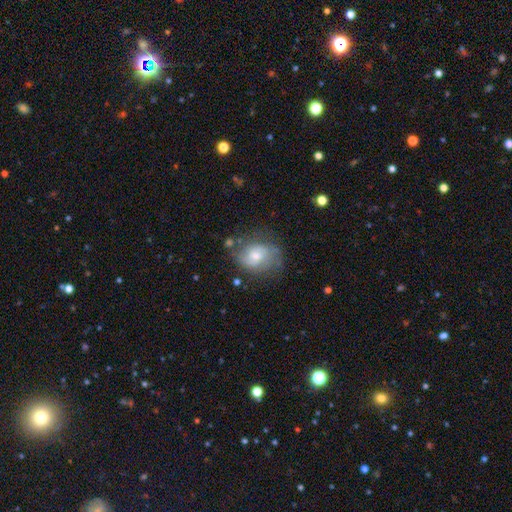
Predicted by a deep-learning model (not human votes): A featured or disk galaxy (62%) with no bar (65%), 2 (57%) medium (43%) spiral arms (84%) and a moderate central bulge (52%).

Vote fractions:
- Smooth or featured? featured or disk: 62% / smooth: 29% / star or artifact: 10%
- Edge-on disk? no: 97% / yes: 3%
- Bar? no: 65% / weak: 30% / strong: 5%
- Spiral arms? yes: 84% / no: 16%
- Spiral winding? medium: 43% / tight: 37% / loose: 20%
- Spiral arm count? 2: 57% / can't tell: 27% / 3: 7% / 1: 5% / 4: 2% / more than 4: 2%
- Bulge size? moderate: 52% / small: 40% / large: 5% / none: 2% / dominant: 1%
- Merging? none: 62% / minor disturbance: 23% / major disturbance: 12% / merger: 3%